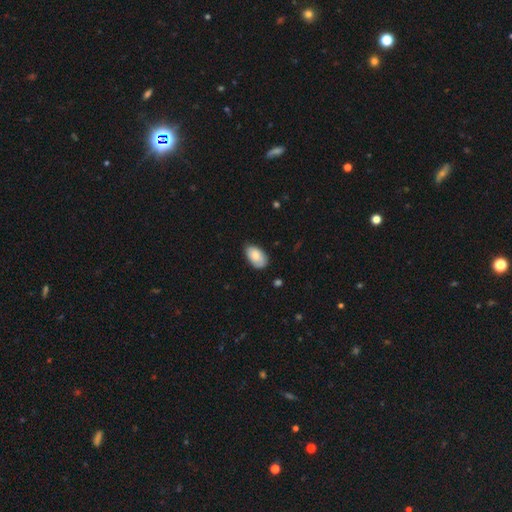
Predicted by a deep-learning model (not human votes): smooth_or_featured: smooth (p=0.81) [alt: featured or disk p=0.13]
how_rounded: in between (p=0.94) [alt: round p=0.04]
merging: none (p=0.75) [alt: minor disturbance p=0.21]